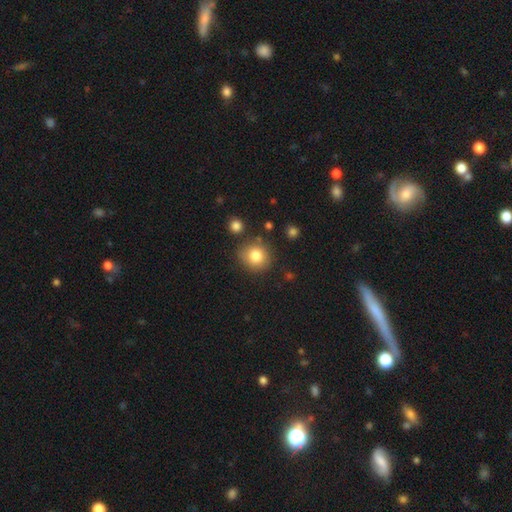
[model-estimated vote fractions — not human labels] Overall: smooth (82%). How rounded: round (85%). Merging: none (81%).